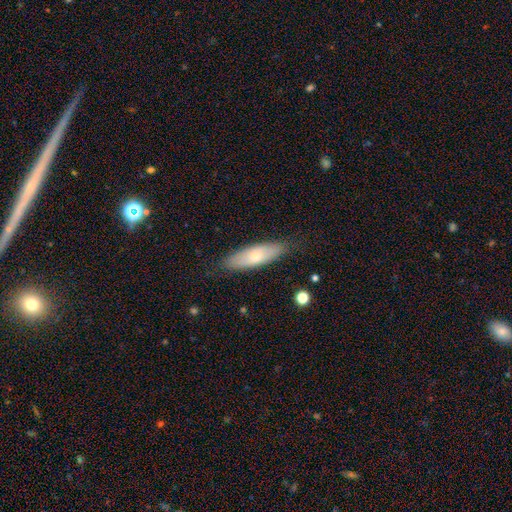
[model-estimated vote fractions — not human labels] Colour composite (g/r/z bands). It shows a smooth galaxy with no disk features (63%) that is cigar-shaped (52%). Merging: none (83%).